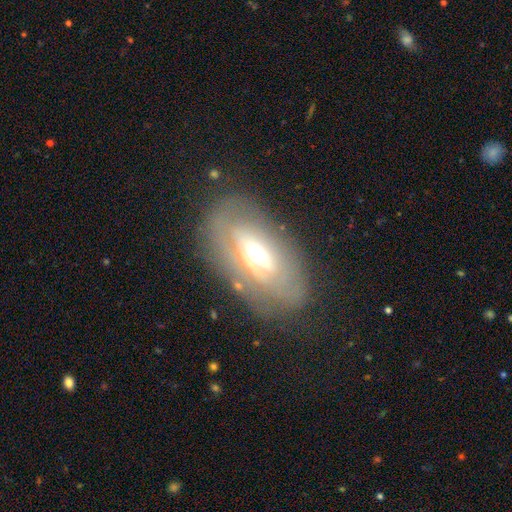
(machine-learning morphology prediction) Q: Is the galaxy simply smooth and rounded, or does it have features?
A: featured or disk — 65%.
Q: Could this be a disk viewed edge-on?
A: no — 82%.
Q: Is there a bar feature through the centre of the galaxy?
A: no — 54%.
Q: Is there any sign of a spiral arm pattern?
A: no — 59%.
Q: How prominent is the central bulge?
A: moderate — 64%.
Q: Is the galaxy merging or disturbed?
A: none — 70%.